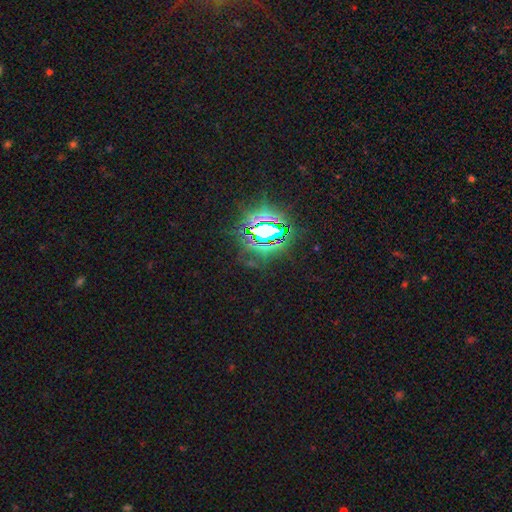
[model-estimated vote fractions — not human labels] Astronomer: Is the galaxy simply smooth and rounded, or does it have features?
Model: star or artifact — 83%.